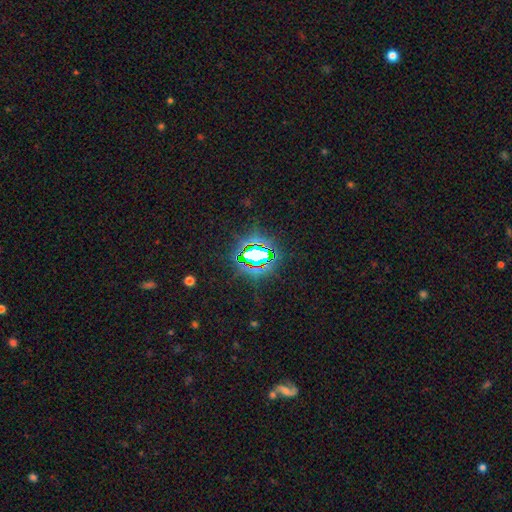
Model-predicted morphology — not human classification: A star or artifact, not a galaxy (77%).